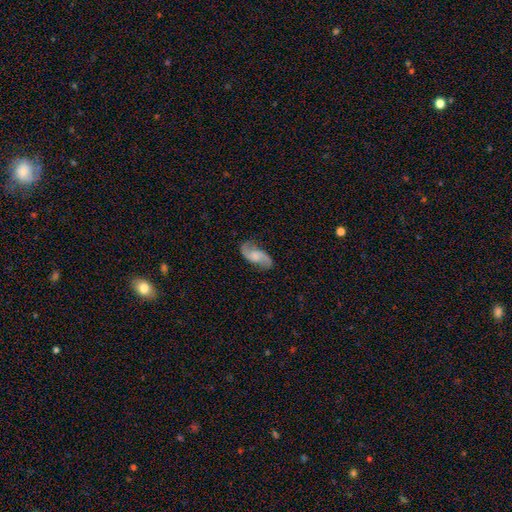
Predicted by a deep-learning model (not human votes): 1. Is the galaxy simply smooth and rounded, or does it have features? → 77% featured or disk, 17% smooth, 6% star or artifact.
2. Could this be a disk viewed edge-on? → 96% no, 4% yes.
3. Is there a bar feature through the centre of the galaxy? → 54% no, 39% weak, 7% strong.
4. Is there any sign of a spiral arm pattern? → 96% yes, 4% no.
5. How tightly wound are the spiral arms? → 57% loose, 34% medium, 9% tight.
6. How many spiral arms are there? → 93% 2, 3% can't tell, 2% 1, 1% 3, 1% 4, 1% more than 4.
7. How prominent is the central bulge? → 30% none (tied), 30% small (tied), 30% moderate (tied), 8% large, 2% dominant.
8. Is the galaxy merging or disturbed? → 79% none, 15% minor disturbance, 5% major disturbance, 1% merger.